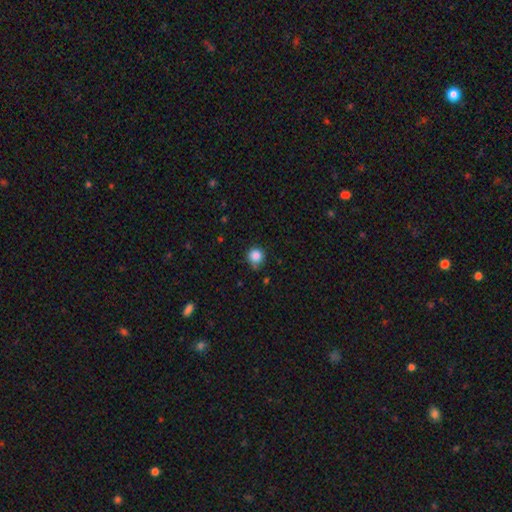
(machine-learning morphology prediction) smooth_or_featured: smooth (p=0.86) [alt: star or artifact p=0.10]
how_rounded: round (p=0.93) [alt: in between p=0.06]
merging: none (p=0.78) [alt: minor disturbance p=0.16]